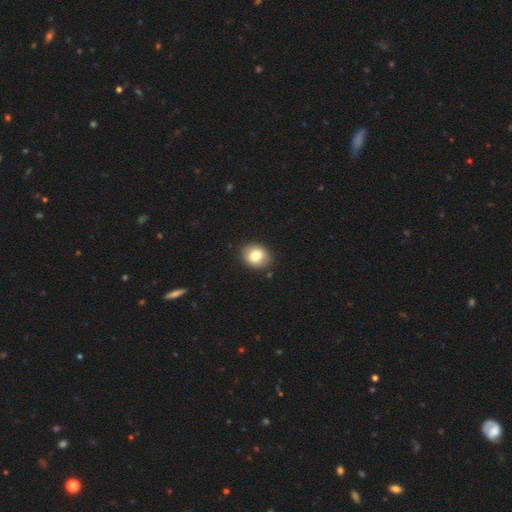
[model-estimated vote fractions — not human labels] Smooth or featured? Predicted: smooth (p=0.80). How rounded? Predicted: round (p=0.56). Merging? Predicted: none (p=0.88).